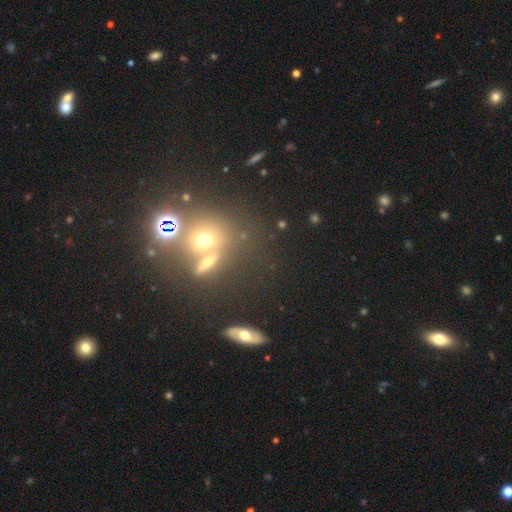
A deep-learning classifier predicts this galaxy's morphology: Q: Smooth or featured?
A: star or artifact (44%); runner-up: smooth (38%)